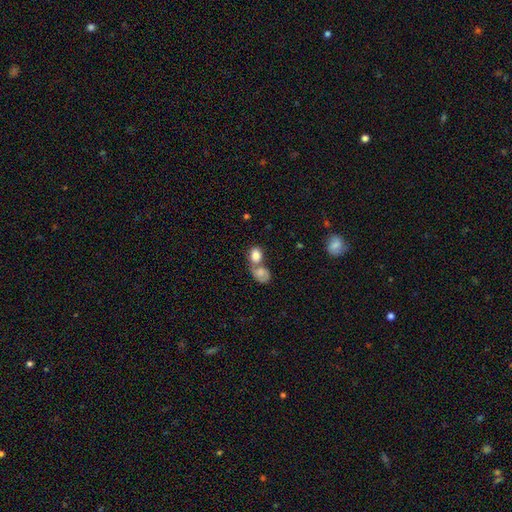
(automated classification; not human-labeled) Smooth or featured? Predicted: smooth (p=0.81). How rounded? Predicted: in between (p=0.61). Merging? Predicted: merger (p=0.62).